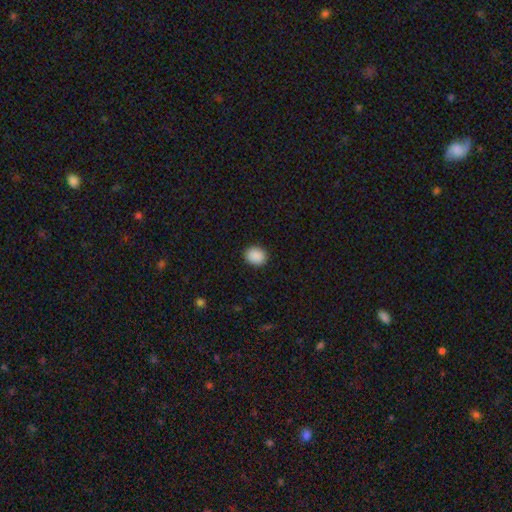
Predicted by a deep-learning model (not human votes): This appears to be a smooth galaxy with no disk features (90%) that is round (60%). Merging: none (91%).